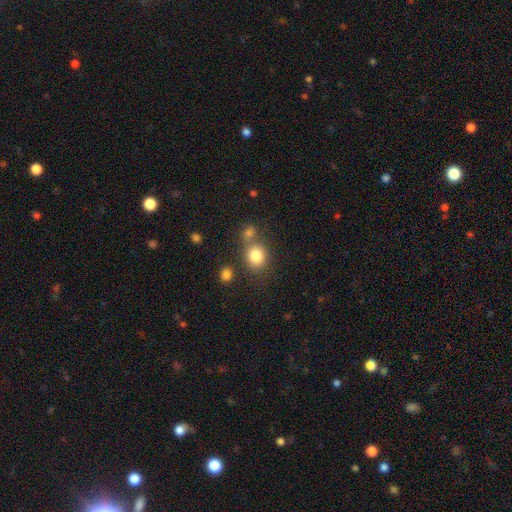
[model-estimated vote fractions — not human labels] smooth 82%, star or artifact 11%, featured or disk 7%. Down the decision tree: how rounded — round (76%); merging — none (60%).